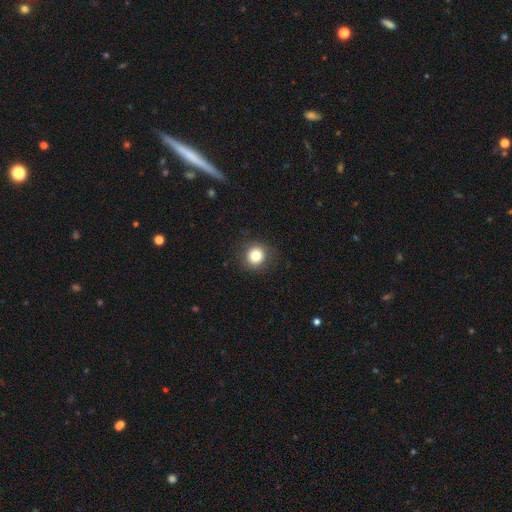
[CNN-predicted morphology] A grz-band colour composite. It shows a smooth galaxy with no disk features (81%) that is round (91%). Merging: none (88%).